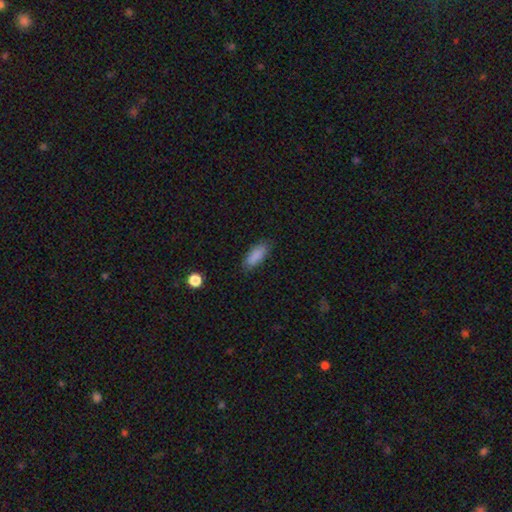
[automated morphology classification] Overall: smooth (88%). How rounded: in between (74%). Merging: none (83%).